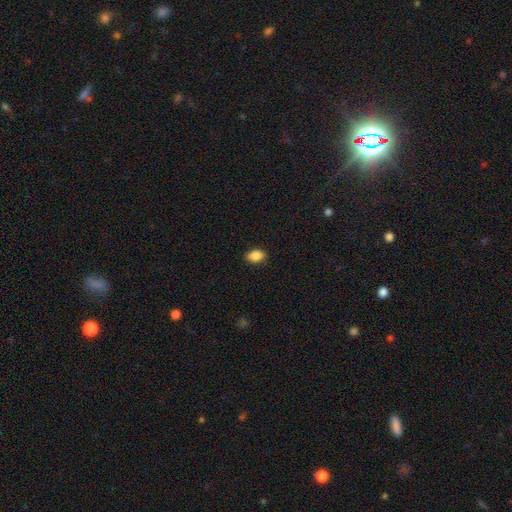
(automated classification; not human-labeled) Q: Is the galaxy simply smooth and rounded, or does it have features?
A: smooth — 87%.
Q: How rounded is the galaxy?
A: in between — 86%.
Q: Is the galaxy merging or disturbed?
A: none — 88%.